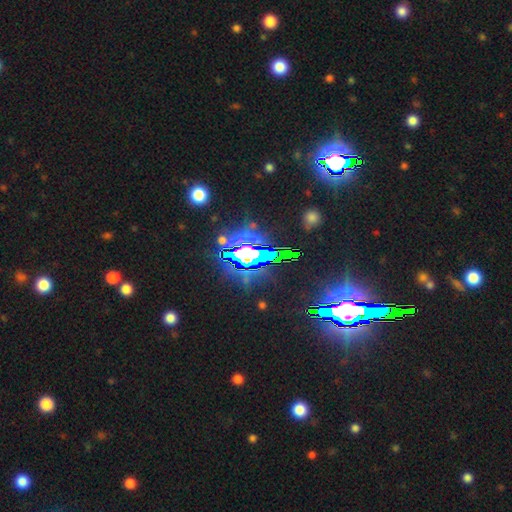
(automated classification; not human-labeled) This is likely a star or artifact rather than a galaxy (78%).